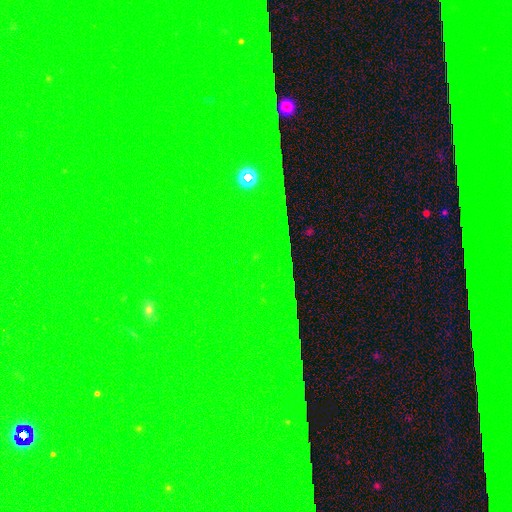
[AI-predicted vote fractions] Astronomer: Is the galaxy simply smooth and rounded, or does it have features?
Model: star or artifact — 85%.